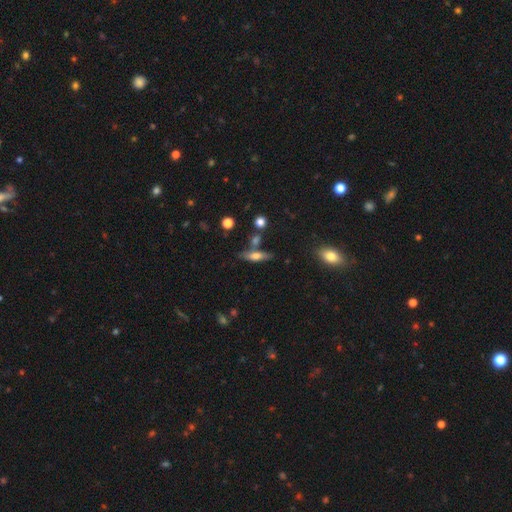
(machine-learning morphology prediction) smooth_or_featured: smooth (p=0.51) [alt: featured or disk p=0.41]
how_rounded: cigar-shaped (p=0.67) [alt: in between p=0.30]
merging: none (p=0.70) [alt: minor disturbance p=0.14]